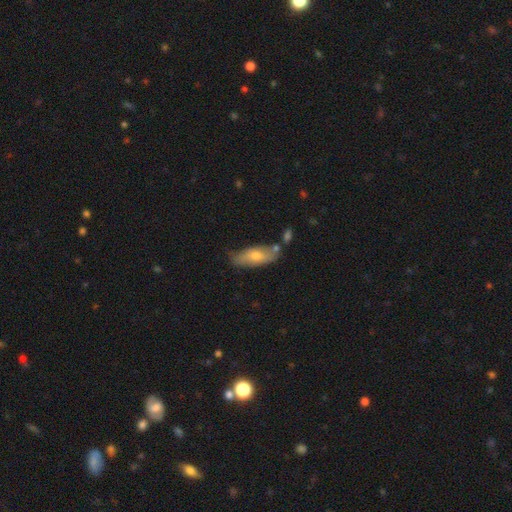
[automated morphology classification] Smooth or featured? Predicted: smooth (p=0.66). How rounded? Predicted: in between (p=0.73). Merging? Predicted: none (p=0.62).